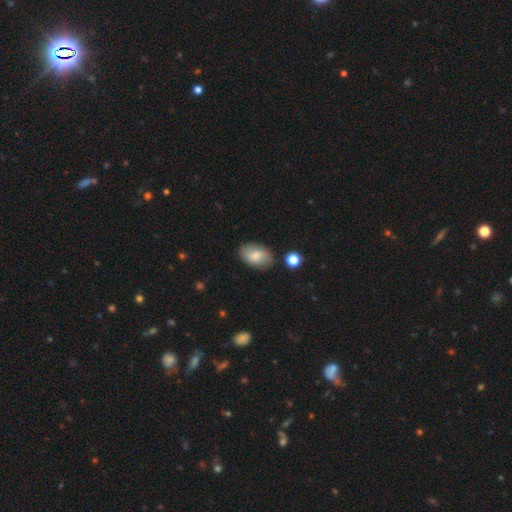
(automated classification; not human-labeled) A smooth galaxy with no disk features (76%) that is in between round and cigar-shaped (91%). Merging: none (82%).